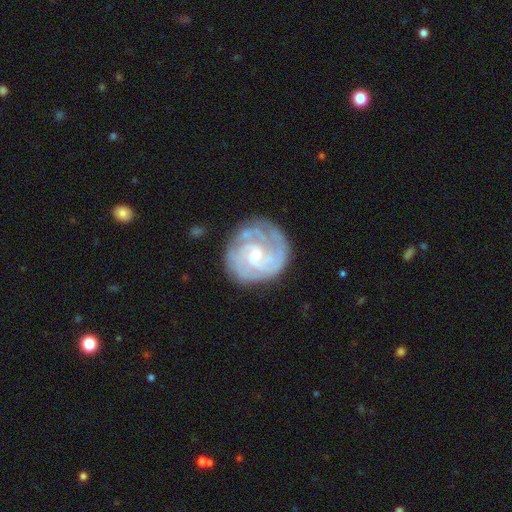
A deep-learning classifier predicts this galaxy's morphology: smooth_or_featured: featured or disk (p=0.85) [alt: smooth p=0.10]
disk_edge_on: no (p=0.98) [alt: yes p=0.02]
bar: no (p=0.53) [alt: weak p=0.40]
has_spiral_arms: yes (p=0.95) [alt: no p=0.05]
spiral_winding: tight (p=0.67) [alt: medium p=0.27]
spiral_arm_count: can't tell (p=0.29) [alt: 3 p=0.25]
bulge_size: small (p=0.66) [alt: moderate p=0.28]
merging: none (p=0.74) [alt: minor disturbance p=0.17]